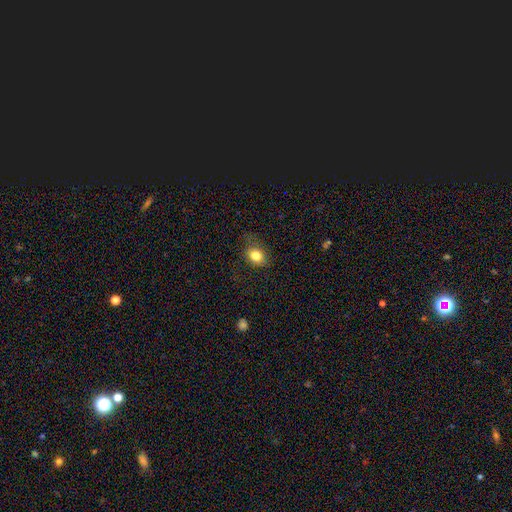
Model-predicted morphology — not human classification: Smooth or featured? smooth (81%)
How rounded? in between (63%)
Merging? none (71%)